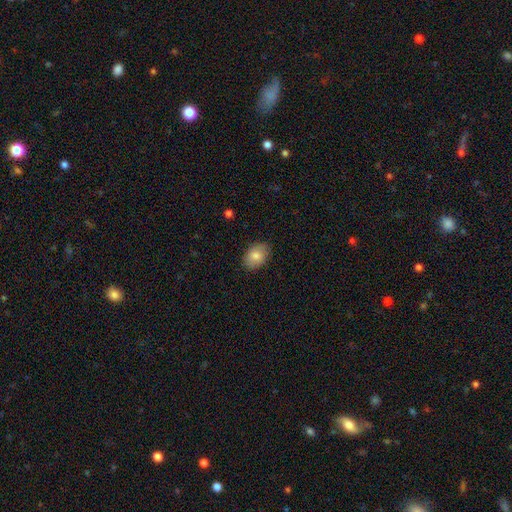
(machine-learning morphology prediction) The model was most divided on "how rounded": in between: 82%, round: 16%, cigar-shaped: 1%. More confident: merging — none (84%); smooth or featured — smooth (82%).